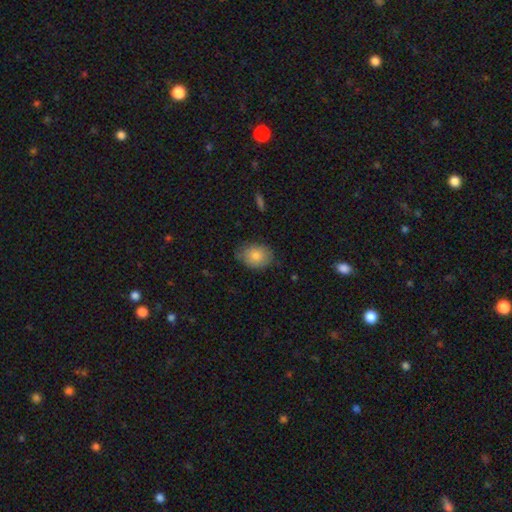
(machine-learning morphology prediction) smooth-or-featured: smooth: 82% | featured or disk: 10% | star or artifact: 8%
  how-rounded: in between: 59% | round: 40% | cigar-shaped: 1%
  merging: none: 74% | minor disturbance: 21% | major disturbance: 4% | merger: 1%